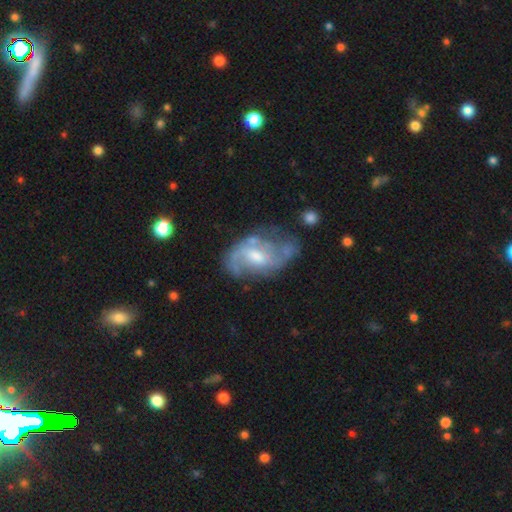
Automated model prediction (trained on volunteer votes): A featured or disk galaxy (80%) with a weak bar (54%), 2 (66%) medium (46%) spiral arms (87%) and a moderate central bulge (56%).

Vote fractions:
- Smooth or featured? featured or disk: 80% / smooth: 14% / star or artifact: 6%
- Edge-on disk? no: 96% / yes: 4%
- Bar? weak: 54% / no: 32% / strong: 14%
- Spiral arms? yes: 87% / no: 13%
- Spiral winding? medium: 46% / loose: 34% / tight: 20%
- Spiral arm count? 2: 66% / can't tell: 17% / 1: 7% / 3: 7% / 4: 2% / more than 4: 2%
- Bulge size? moderate: 56% / small: 29% / large: 8% / none: 6% / dominant: 1%
- Merging? none: 51% / minor disturbance: 25% / major disturbance: 18% / merger: 6%